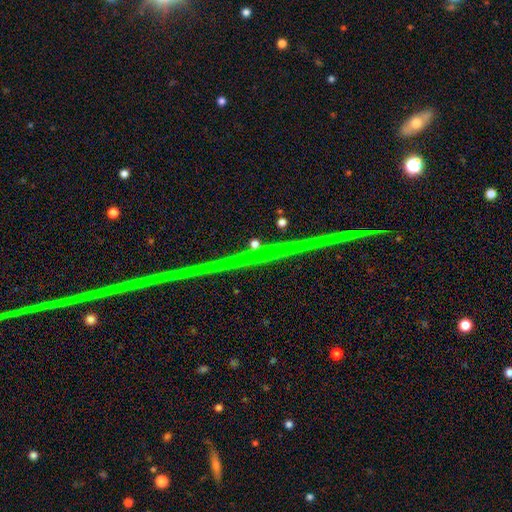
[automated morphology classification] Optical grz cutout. It shows a star or artifact, not a galaxy (84%).